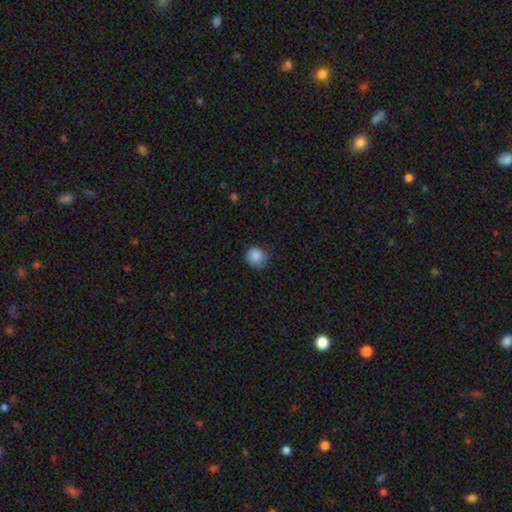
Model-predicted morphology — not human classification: smooth_or_featured: smooth (p=0.86) [alt: star or artifact p=0.08]
how_rounded: round (p=0.88) [alt: in between p=0.11]
merging: none (p=0.74) [alt: minor disturbance p=0.21]